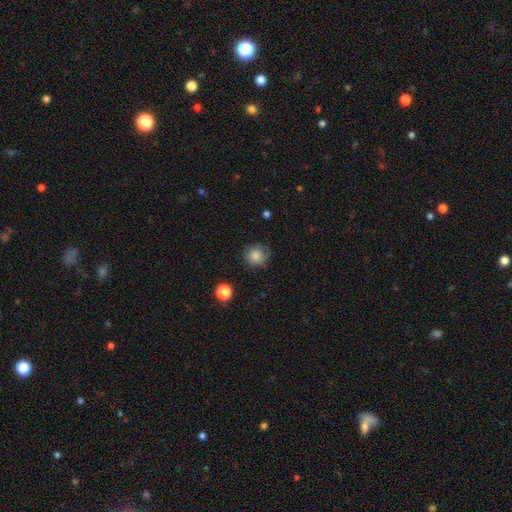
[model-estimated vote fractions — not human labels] smooth_or_featured: smooth (p=0.79) [alt: featured or disk p=0.11]
how_rounded: round (p=0.90) [alt: in between p=0.09]
merging: none (p=0.73) [alt: minor disturbance p=0.19]